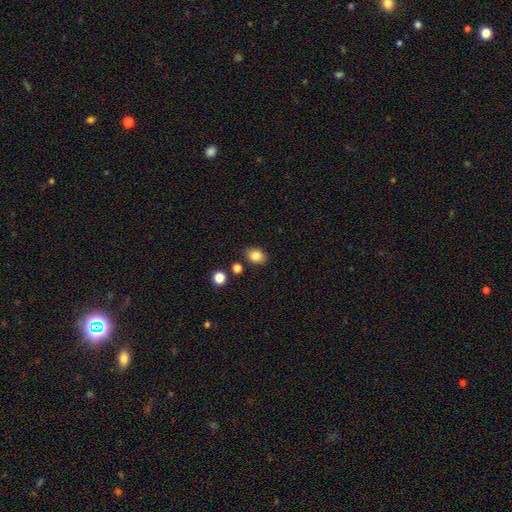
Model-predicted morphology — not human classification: smooth 84%, star or artifact 10%, featured or disk 6%. Down the decision tree: how rounded — in between (56%); merging — none (83%).